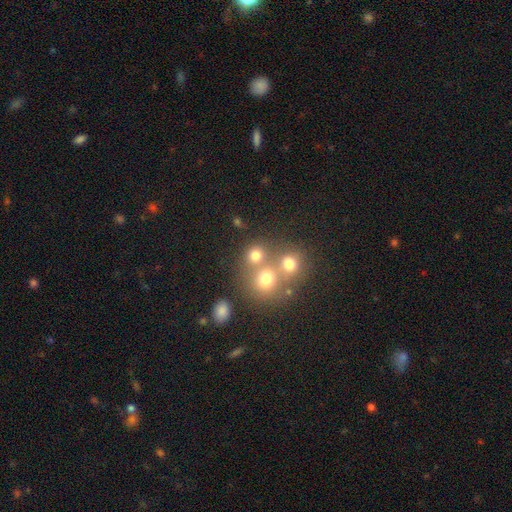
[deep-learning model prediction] smooth 73%, star or artifact 16%, featured or disk 11%. Down the decision tree: how rounded — round (82%); merging — none (53%).